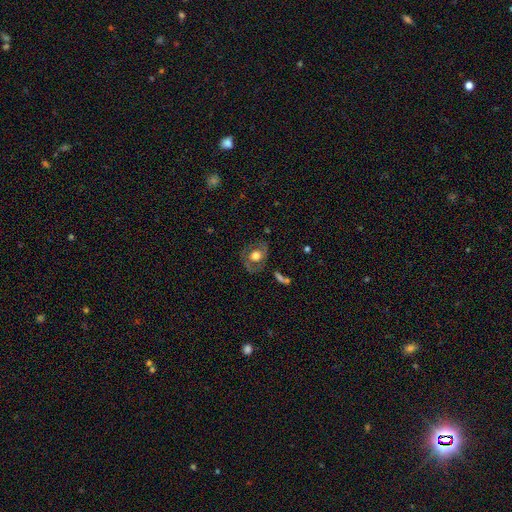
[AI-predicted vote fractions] smooth-or-featured: featured or disk: 49% | smooth: 43% | star or artifact: 8%
  merging: none: 70% | minor disturbance: 17% | major disturbance: 10% | merger: 3%